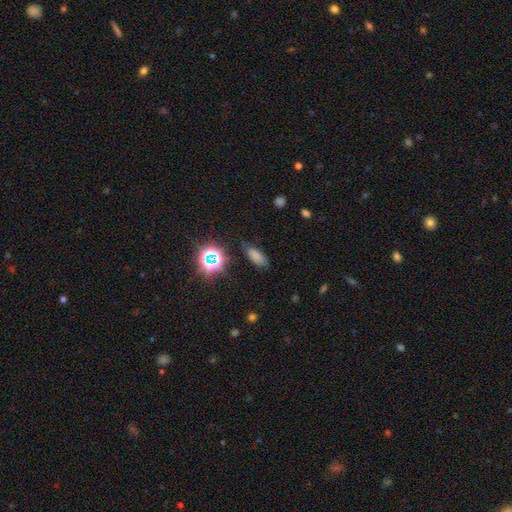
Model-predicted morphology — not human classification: A smooth galaxy with no disk features (71%) that is in between round and cigar-shaped (75%).

Vote fractions:
- Smooth or featured? smooth: 71% / star or artifact: 21% / featured or disk: 8%
- How rounded? in between: 75% / cigar-shaped: 20% / round: 5%
- Merging? none: 76% / minor disturbance: 16% / major disturbance: 5% / merger: 2%